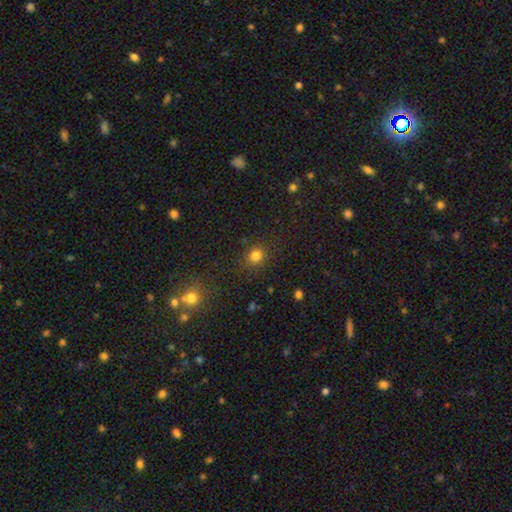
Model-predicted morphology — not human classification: A smooth galaxy with no disk features (80%) that is round (80%). Merging: none (86%).